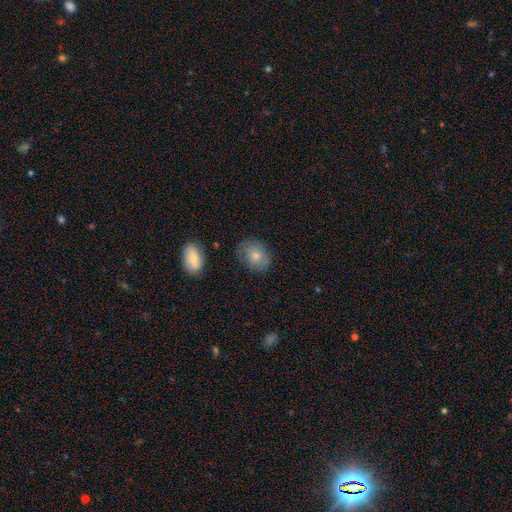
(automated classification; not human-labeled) A smooth galaxy with no disk features (76%) that is in between round and cigar-shaped (67%). Merging: none (71%).